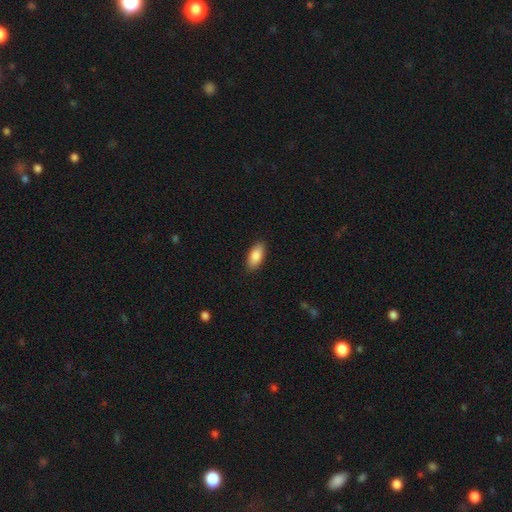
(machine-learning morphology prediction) This appears to be a smooth galaxy with no disk features (88%) that is in between round and cigar-shaped (88%). Merging: none (89%).